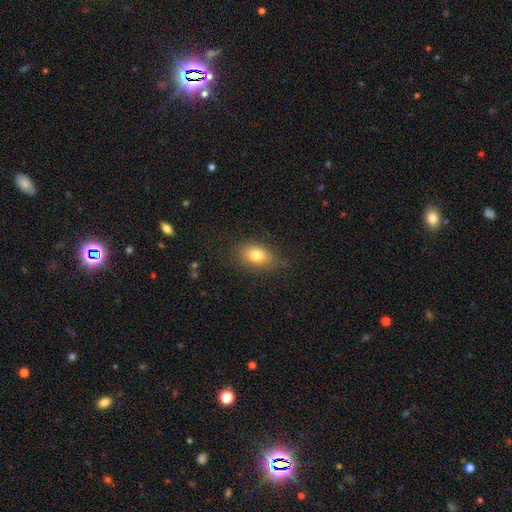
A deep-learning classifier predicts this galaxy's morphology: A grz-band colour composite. It shows a smooth galaxy with no disk features (79%) that is in between round and cigar-shaped (84%). Merging: none (82%).